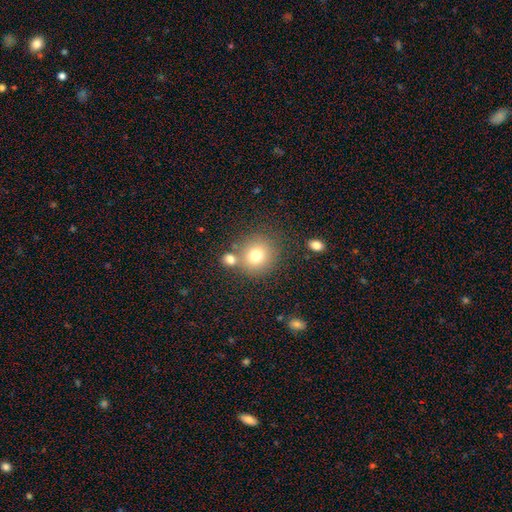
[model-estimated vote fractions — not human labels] The model was most divided on "merging": none: 68%, merger: 18%, minor disturbance: 10%, major disturbance: 4%. More confident: how rounded — round (88%); smooth or featured — smooth (75%).